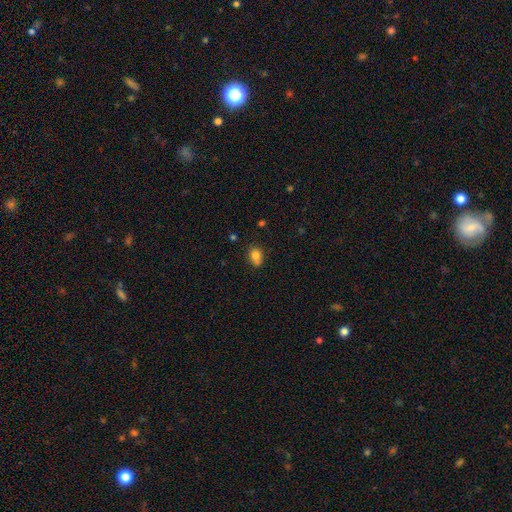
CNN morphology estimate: type=smooth (81%); roundness=in between (62%); merging=none (65%).